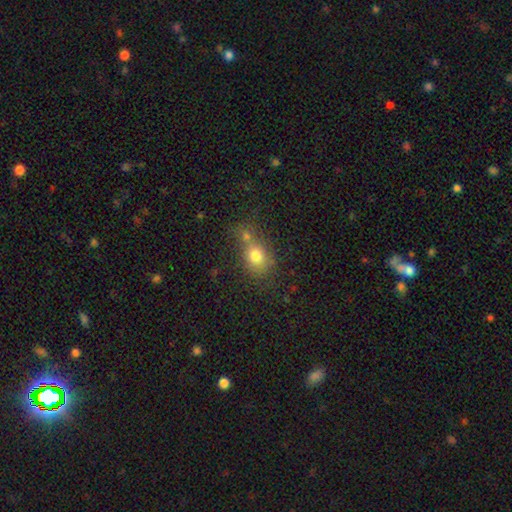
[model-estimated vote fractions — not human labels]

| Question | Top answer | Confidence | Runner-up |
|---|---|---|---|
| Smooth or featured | smooth | 76% | star or artifact (12%) |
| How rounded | round | 55% | in between (44%) |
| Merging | none | 42% | merger (37%) |